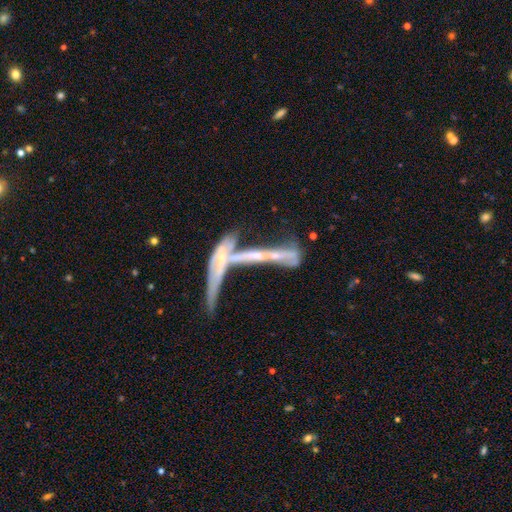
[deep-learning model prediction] Smooth or featured? featured or disk (69%)
Edge-on disk? yes (63%)
Merging? merger (62%)